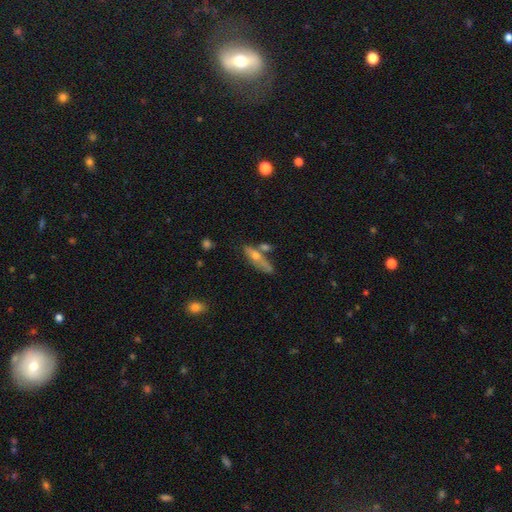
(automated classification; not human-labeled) This appears to be a smooth galaxy with no disk features (47%). Merging: none (56%).